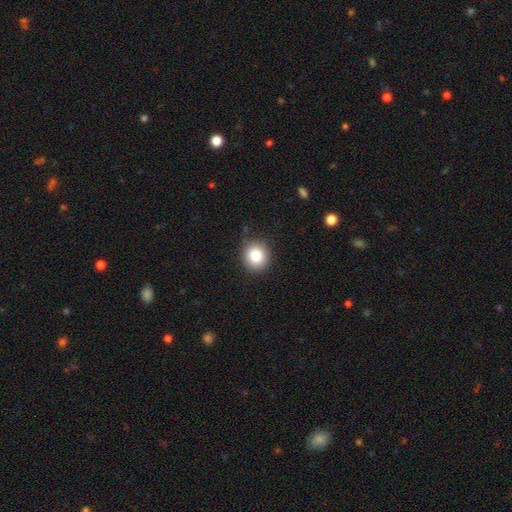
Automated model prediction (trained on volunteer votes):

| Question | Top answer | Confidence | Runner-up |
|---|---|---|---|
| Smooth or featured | smooth | 85% | star or artifact (9%) |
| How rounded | round | 85% | in between (14%) |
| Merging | none | 85% | minor disturbance (11%) |